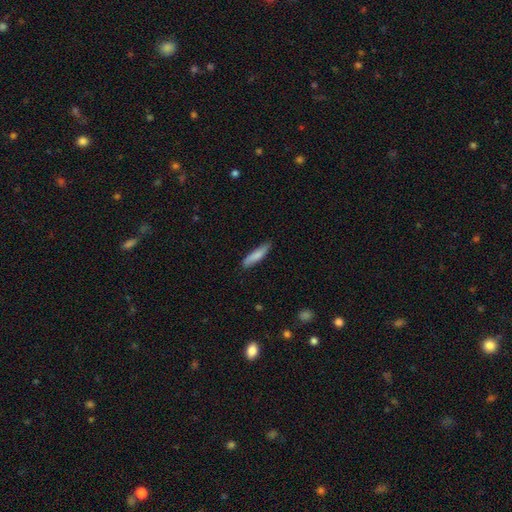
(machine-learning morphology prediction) smooth 83%, featured or disk 11%, star or artifact 6%. Down the decision tree: how rounded — cigar-shaped (81%); merging — none (82%).